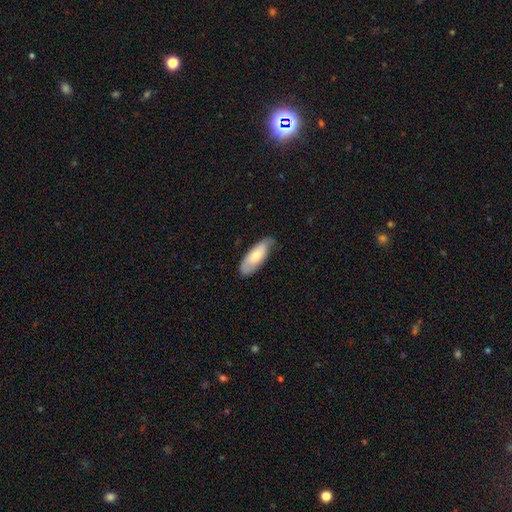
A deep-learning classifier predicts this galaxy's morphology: Smooth or featured? smooth (72%)
How rounded? in between (76%)
Merging? none (62%)